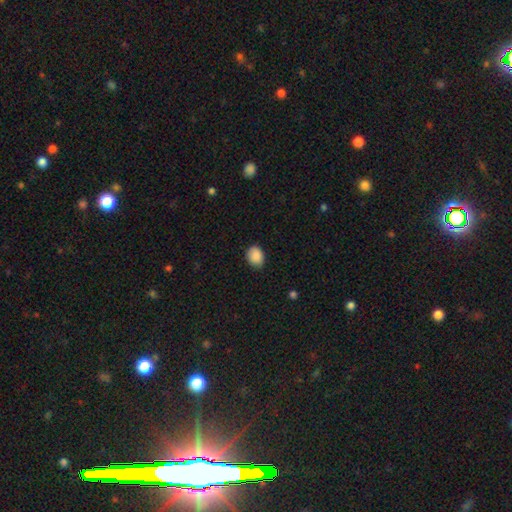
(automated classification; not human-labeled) Smooth or featured?
  - smooth: 89% *
  - star or artifact: 8%
  - featured or disk: 3%
How rounded?
  - in between: 53% *
  - round: 47%
  - cigar-shaped: 1%
Merging?
  - none: 81% *
  - minor disturbance: 15%
  - major disturbance: 3%
  - merger: 1%